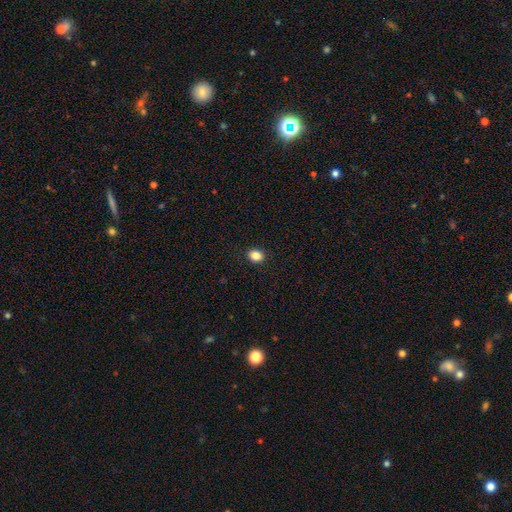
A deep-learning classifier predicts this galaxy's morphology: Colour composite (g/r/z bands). It shows a smooth galaxy with no disk features (86%) that is round (54%). Merging: none (91%).